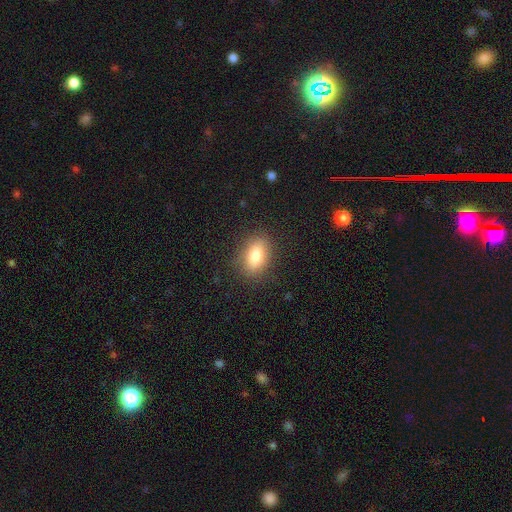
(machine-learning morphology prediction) Q: Smooth or featured?
A: smooth (84%); runner-up: featured or disk (8%)
Q: How rounded?
A: in between (85%); runner-up: round (12%)
Q: Merging?
A: none (85%); runner-up: minor disturbance (10%)